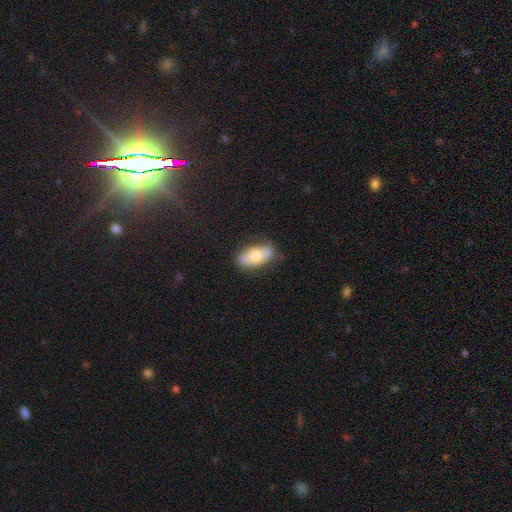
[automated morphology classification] A smooth galaxy with no disk features (65%) that is in between round and cigar-shaped (92%). Merging: none (72%).